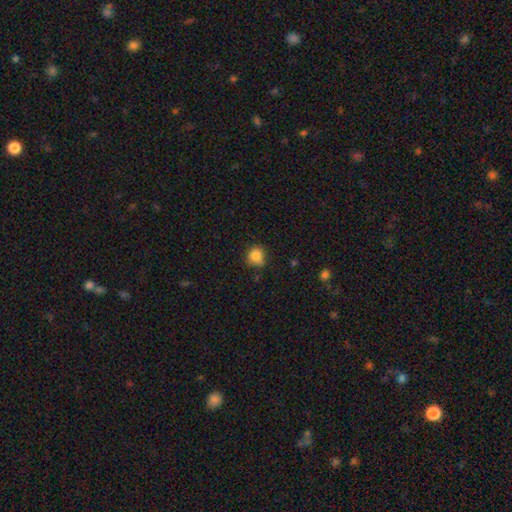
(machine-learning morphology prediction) smooth 83%, star or artifact 11%, featured or disk 6%. Down the decision tree: how rounded — round (78%); merging — none (62%).